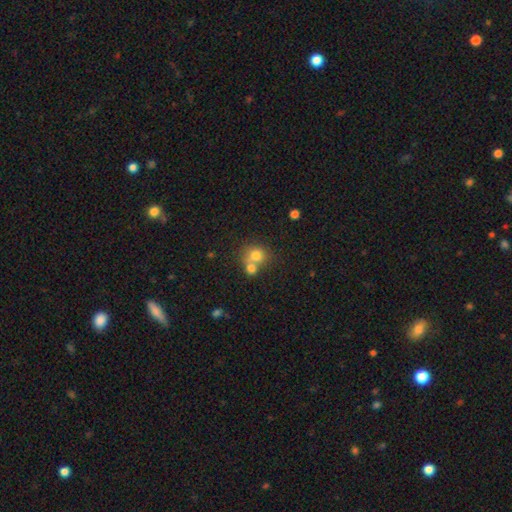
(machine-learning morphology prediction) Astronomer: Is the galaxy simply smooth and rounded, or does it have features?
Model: smooth — 74%.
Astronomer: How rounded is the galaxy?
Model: round — 73%.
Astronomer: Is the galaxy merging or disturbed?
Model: merger — 54% (runner-up: none, 34%).